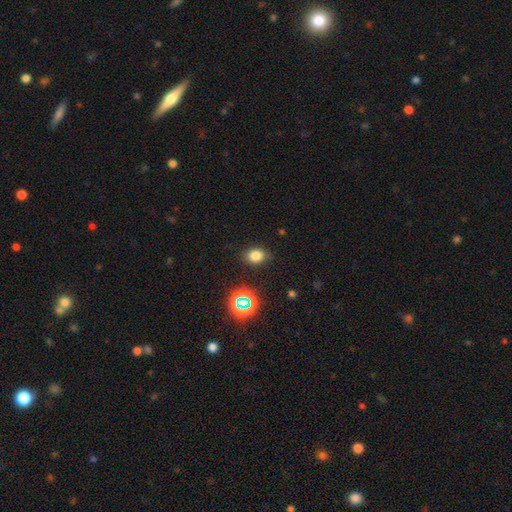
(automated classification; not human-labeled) Smooth or featured?
  - smooth: 76% *
  - star or artifact: 17%
  - featured or disk: 7%
How rounded?
  - in between: 59% *
  - round: 40%
  - cigar-shaped: 1%
Merging?
  - none: 84% *
  - minor disturbance: 12%
  - major disturbance: 3%
  - merger: 2%